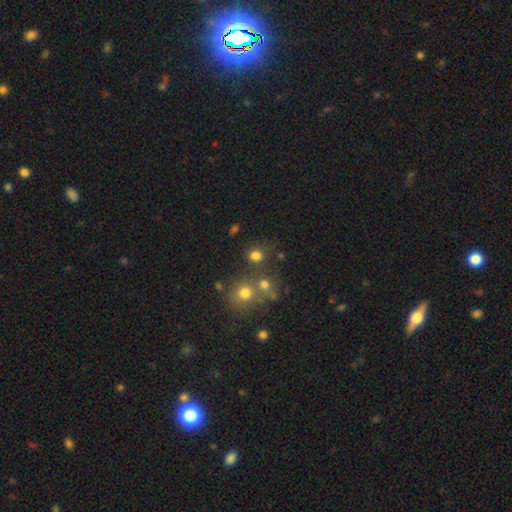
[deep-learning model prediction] smooth-or-featured: smooth: 76% | star or artifact: 17% | featured or disk: 7%
  how-rounded: round: 77% | in between: 22% | cigar-shaped: 1%
  merging: none: 67% | merger: 19% | minor disturbance: 9% | major disturbance: 5%